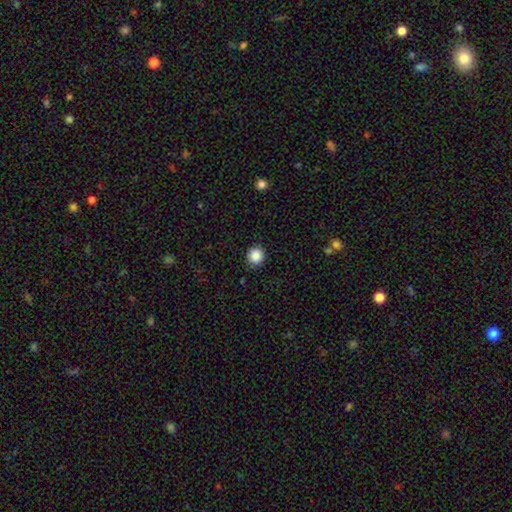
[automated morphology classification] type=smooth (88%); roundness=round (92%); merging=none (91%).